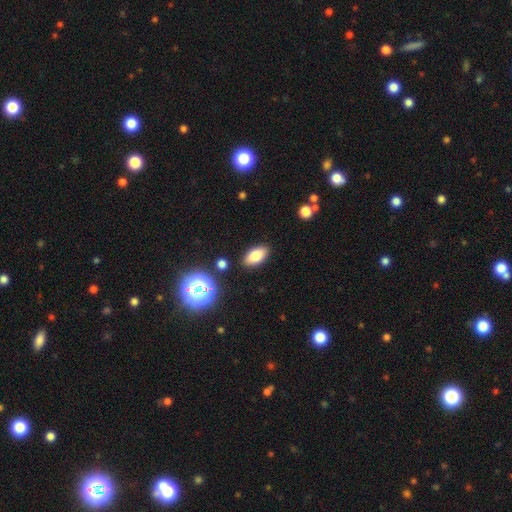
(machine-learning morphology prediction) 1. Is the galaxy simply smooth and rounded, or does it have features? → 80% smooth, 11% star or artifact, 9% featured or disk.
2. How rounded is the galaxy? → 90% in between, 5% round, 5% cigar-shaped.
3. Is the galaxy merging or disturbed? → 87% none, 9% minor disturbance, 2% major disturbance, 2% merger.